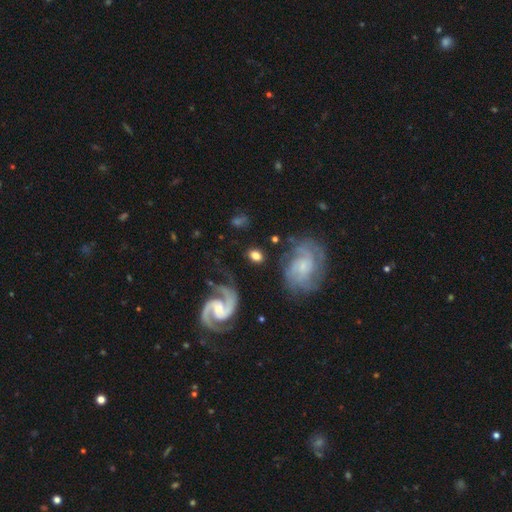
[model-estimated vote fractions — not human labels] The model was most divided on "smooth or featured": smooth: 48%, featured or disk: 43%, star or artifact: 9%. More confident: merging — none (69%).